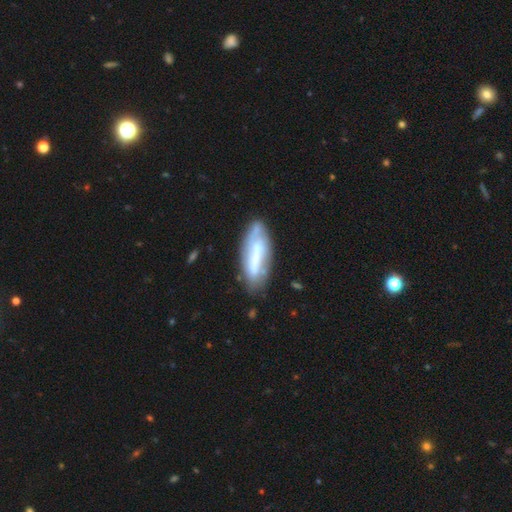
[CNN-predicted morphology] This is possibly a featured or disk galaxy (50%). It is likely not viewed edge-on (76%). Merging: likely none (65%).